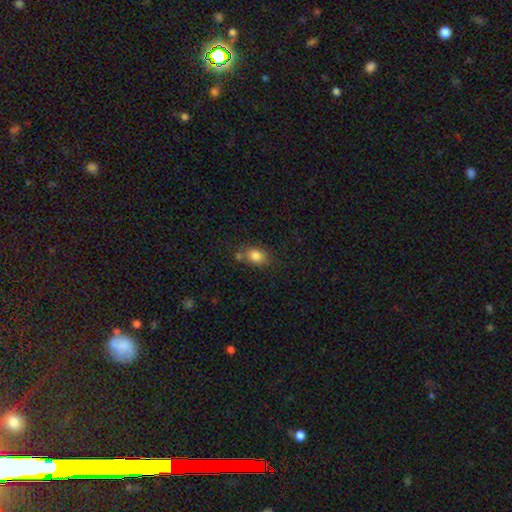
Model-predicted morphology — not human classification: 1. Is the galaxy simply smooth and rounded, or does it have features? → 83% smooth, 10% star or artifact, 8% featured or disk.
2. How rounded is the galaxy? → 67% in between, 31% round, 2% cigar-shaped.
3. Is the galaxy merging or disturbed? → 60% none, 18% minor disturbance, 17% merger, 5% major disturbance.